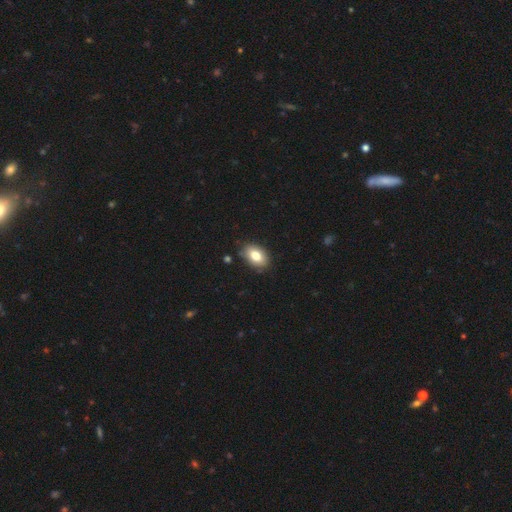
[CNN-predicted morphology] type=smooth (80%); roundness=in between (88%); merging=none (84%).